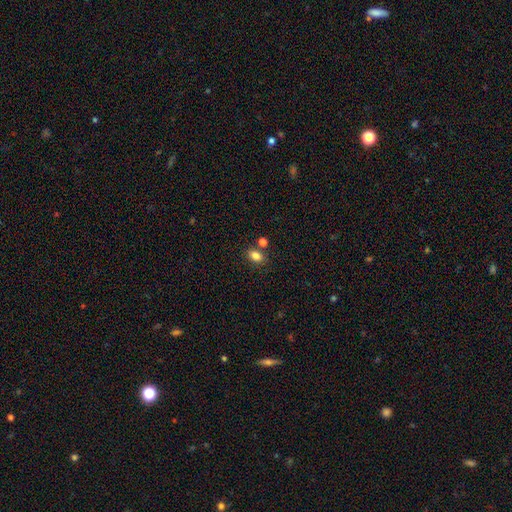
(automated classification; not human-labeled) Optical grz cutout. It shows a smooth galaxy with no disk features (83%) that is in between round and cigar-shaped (76%). Merging: none (73%).